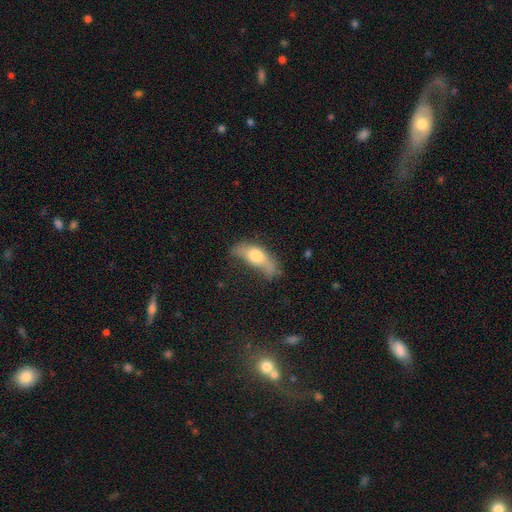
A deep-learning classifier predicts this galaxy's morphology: A smooth galaxy with no disk features (58%) that is in between round and cigar-shaped (67%). Merging: major disturbance (31%, tied with minor disturbance and none).